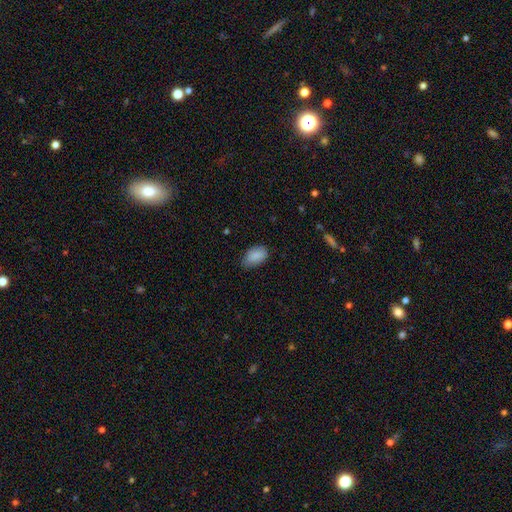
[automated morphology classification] smooth-or-featured: smooth: 88% | star or artifact: 7% | featured or disk: 5%
  how-rounded: in between: 92% | round: 6% | cigar-shaped: 2%
  merging: none: 69% | minor disturbance: 26% | major disturbance: 4% | merger: 1%